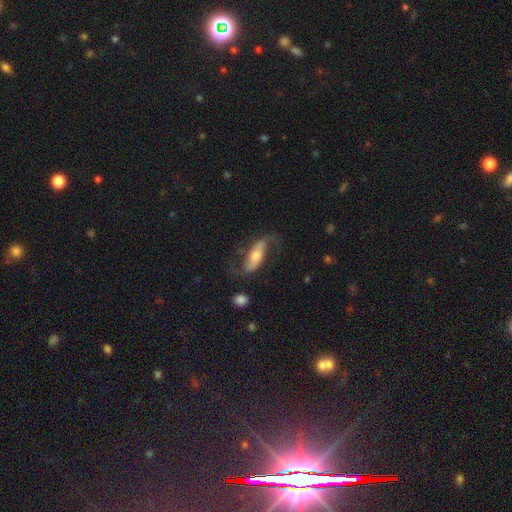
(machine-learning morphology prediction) This is likely a featured or disk galaxy (72%). It is clearly not viewed edge-on (84%). Bar: marginally no (39%). Spiral arm pattern: clearly yes (90%). Spiral arm count: clearly 2 (90%). Spiral winding: likely loose (68%). Central bulge: likely moderate (61%). Merging: likely none (65%).